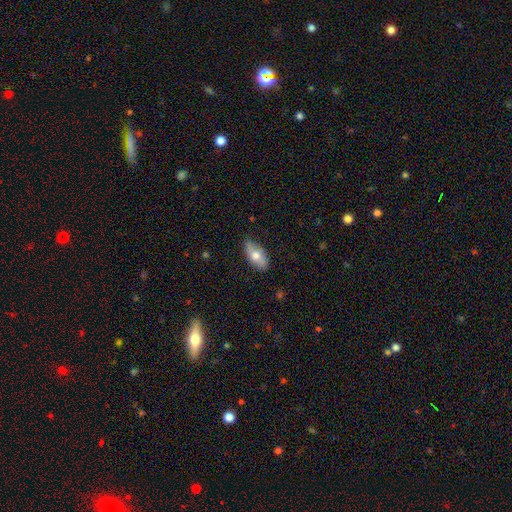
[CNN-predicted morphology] A smooth galaxy with no disk features (65%) that is in between round and cigar-shaped (89%). Merging: none (81%).